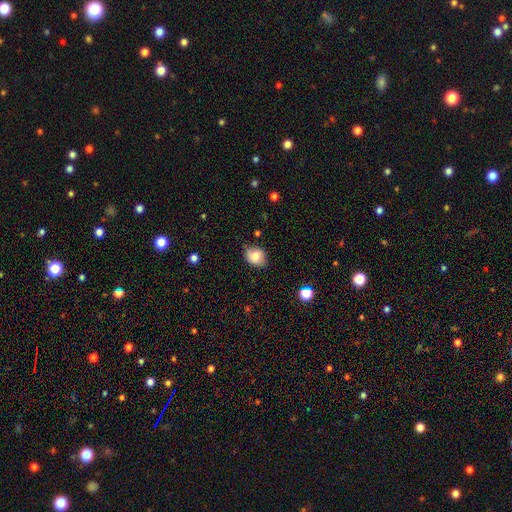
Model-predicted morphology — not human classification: Overall: smooth (74%). How rounded: in between (52%; round 46%). Merging: none (75%).